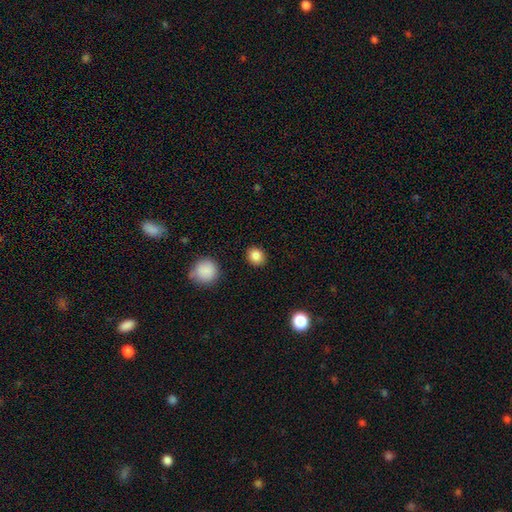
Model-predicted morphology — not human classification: Smooth or featured?
  - smooth: 85% *
  - star or artifact: 10%
  - featured or disk: 5%
How rounded?
  - round: 69% *
  - in between: 30%
  - cigar-shaped: 1%
Merging?
  - none: 89% *
  - minor disturbance: 7%
  - major disturbance: 2%
  - merger: 2%